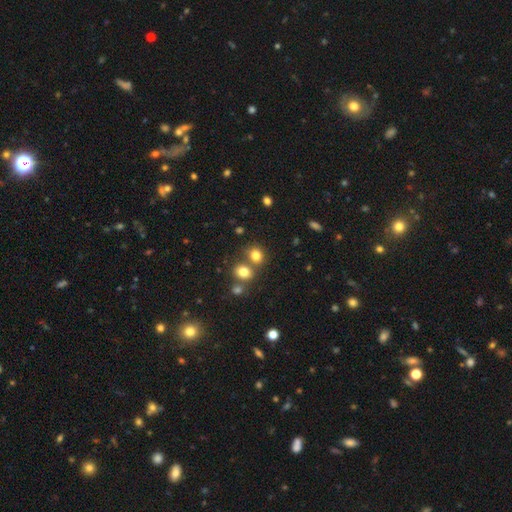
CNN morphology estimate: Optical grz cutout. It shows a smooth galaxy with no disk features (78%) that is round (65%). Merging: none (56%).